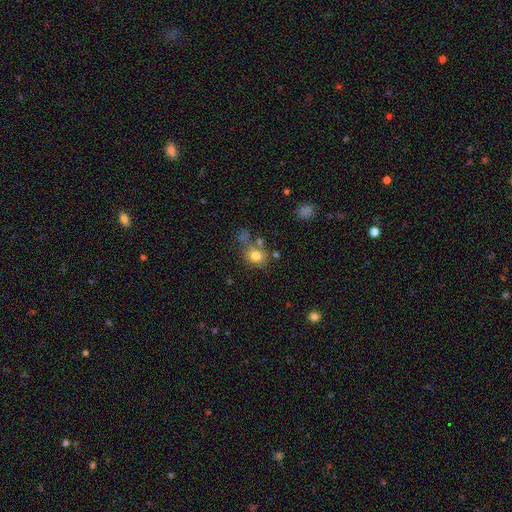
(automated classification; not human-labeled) Smooth or featured? smooth (78%)
How rounded? round (61%)
Merging? none (54%)